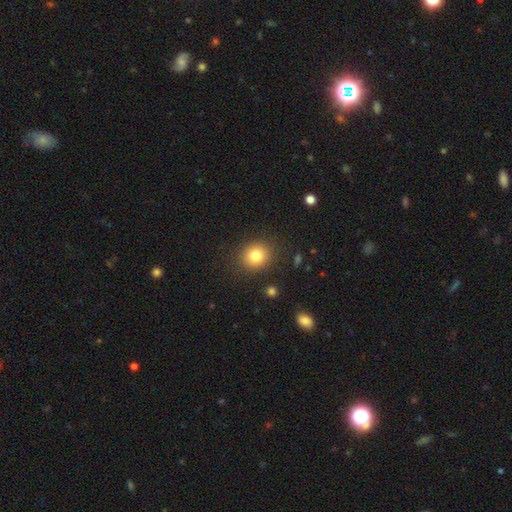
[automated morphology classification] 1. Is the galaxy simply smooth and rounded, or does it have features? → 81% smooth, 11% star or artifact, 8% featured or disk.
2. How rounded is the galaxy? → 82% round, 17% in between, 1% cigar-shaped.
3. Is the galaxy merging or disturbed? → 88% none, 8% minor disturbance, 3% major disturbance, 1% merger.